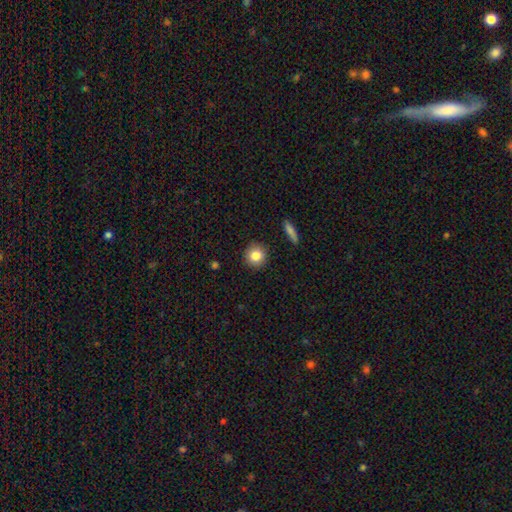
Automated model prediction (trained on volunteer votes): The model was most divided on "smooth or featured": smooth: 83%, star or artifact: 9%, featured or disk: 8%. More confident: how rounded — round (91%); merging — none (90%).